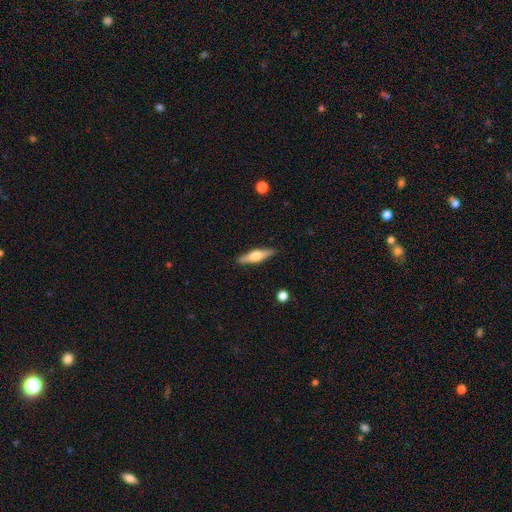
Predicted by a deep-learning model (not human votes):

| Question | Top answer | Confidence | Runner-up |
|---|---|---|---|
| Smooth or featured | featured or disk | 58% | smooth (37%) |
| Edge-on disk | yes | 96% | no (4%) |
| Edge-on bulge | rounded | 93% | boxy (5%) |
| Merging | none | 90% | minor disturbance (7%) |